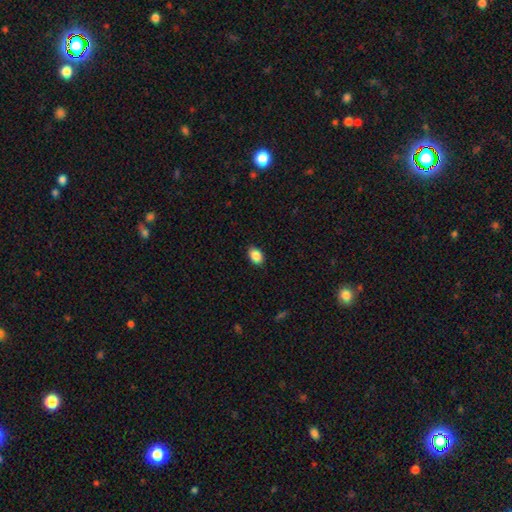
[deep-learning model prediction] smooth_or_featured: smooth (p=0.88) [alt: star or artifact p=0.08]
how_rounded: in between (p=0.83) [alt: round p=0.15]
merging: none (p=0.89) [alt: minor disturbance p=0.08]